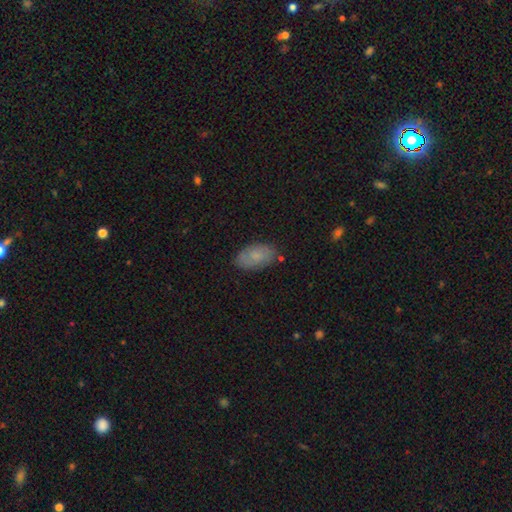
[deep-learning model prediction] This appears to be a smooth galaxy with no disk features (77%) that is in between round and cigar-shaped (93%). Merging: none (81%).